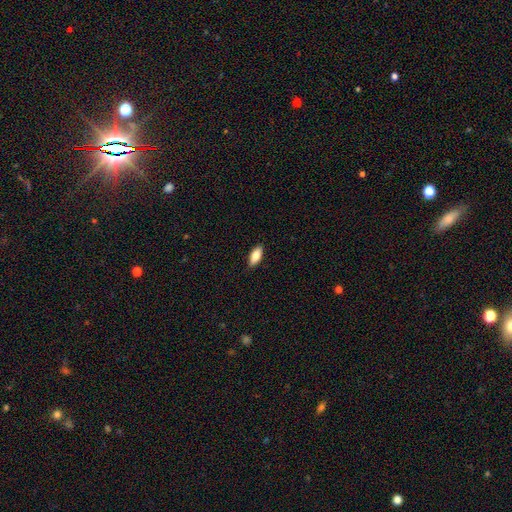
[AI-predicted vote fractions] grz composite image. It shows a smooth galaxy with no disk features (82%) that is in between round and cigar-shaped (81%). Merging: none (88%).